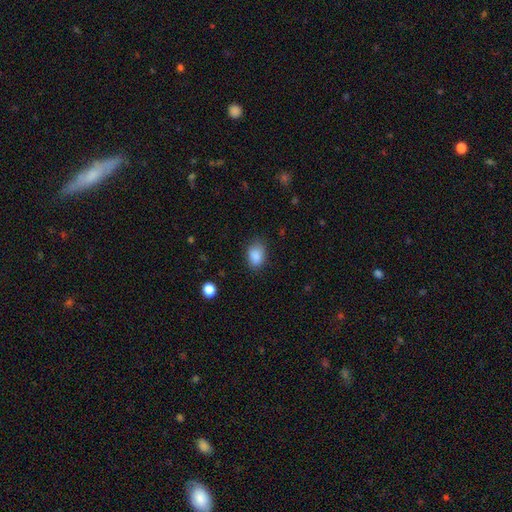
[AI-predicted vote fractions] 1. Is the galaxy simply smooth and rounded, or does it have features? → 87% smooth, 9% star or artifact, 4% featured or disk.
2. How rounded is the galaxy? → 79% in between, 20% round, 1% cigar-shaped.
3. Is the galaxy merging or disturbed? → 76% none, 19% minor disturbance, 4% major disturbance, 1% merger.